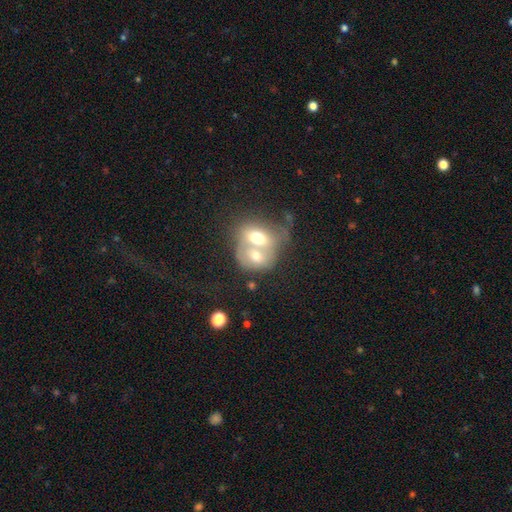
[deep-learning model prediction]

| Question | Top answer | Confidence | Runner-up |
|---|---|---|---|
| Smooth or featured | smooth | 59% | featured or disk (33%) |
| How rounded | in between | 53% | round (46%) |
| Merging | merger | 77% | none (13%) |